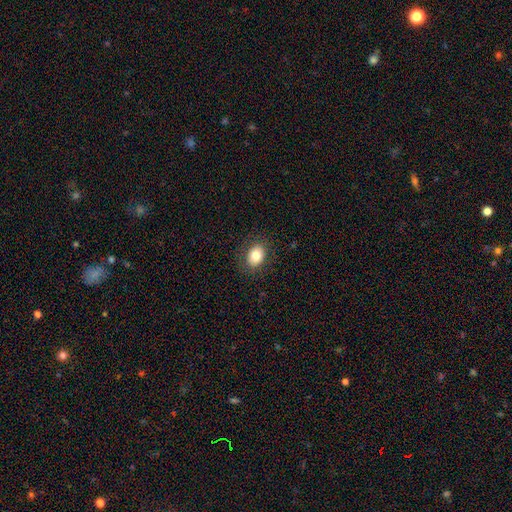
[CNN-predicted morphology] Smooth or featured?
  - smooth: 81% *
  - featured or disk: 10%
  - star or artifact: 9%
How rounded?
  - in between: 64% *
  - round: 35%
  - cigar-shaped: 1%
Merging?
  - none: 86% *
  - minor disturbance: 10%
  - major disturbance: 3%
  - merger: 1%